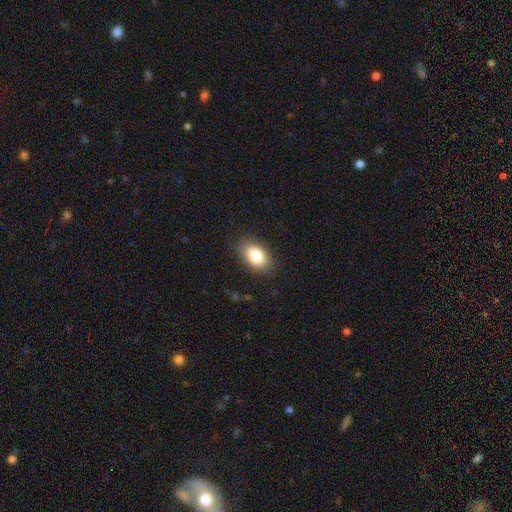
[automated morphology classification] This appears to be a smooth galaxy with no disk features (85%) that is in between round and cigar-shaped (91%). Merging: none (85%).